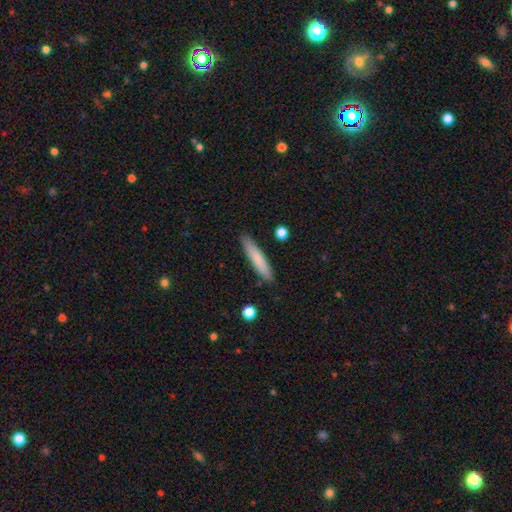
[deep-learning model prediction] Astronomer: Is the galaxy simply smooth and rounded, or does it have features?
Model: smooth — 78%.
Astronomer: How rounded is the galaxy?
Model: cigar-shaped — 92%.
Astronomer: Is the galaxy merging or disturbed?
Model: none — 89%.